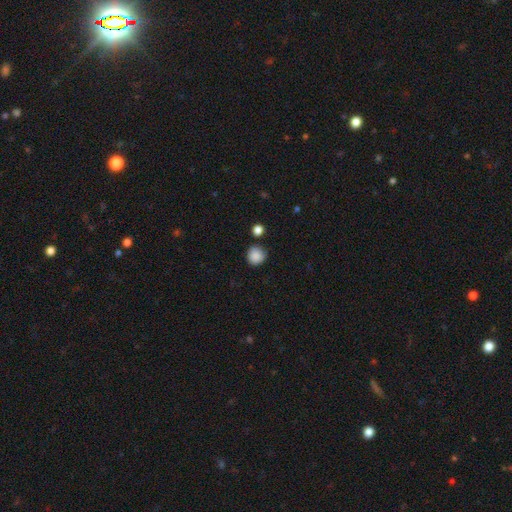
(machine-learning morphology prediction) A smooth galaxy with no disk features (87%) that is round (91%).

Vote fractions:
- Smooth or featured? smooth: 87% / star or artifact: 9% / featured or disk: 4%
- How rounded? round: 91% / in between: 8% / cigar-shaped: 1%
- Merging? none: 78% / minor disturbance: 14% / merger: 5% / major disturbance: 3%